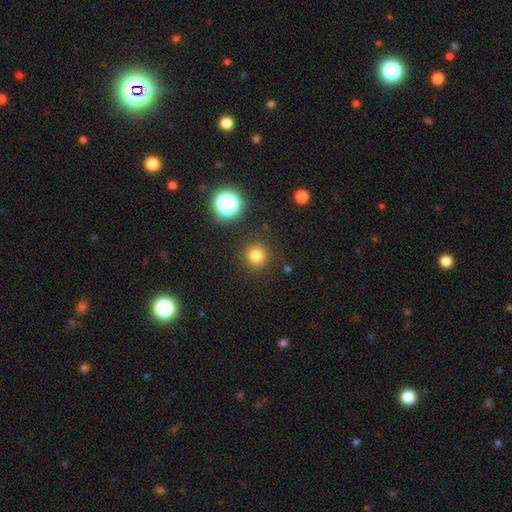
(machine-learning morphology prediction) Smooth or featured?
  - smooth: 80% *
  - star or artifact: 15%
  - featured or disk: 5%
How rounded?
  - round: 95% *
  - in between: 4%
  - cigar-shaped: 1%
Merging?
  - none: 90% *
  - minor disturbance: 6%
  - major disturbance: 3%
  - merger: 2%